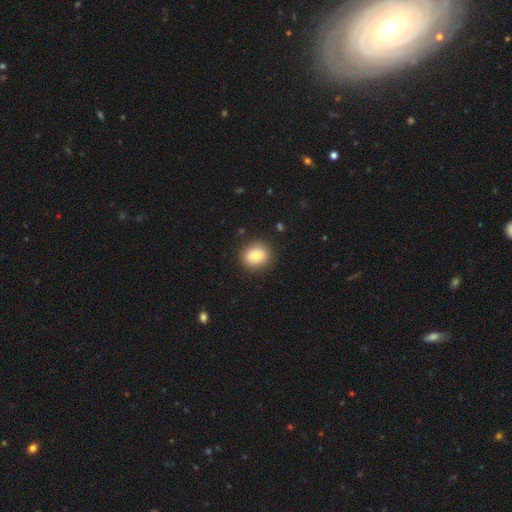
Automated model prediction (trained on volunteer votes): Smooth or featured? Predicted: smooth (p=0.78). How rounded? Predicted: round (p=0.74). Merging? Predicted: none (p=0.87).